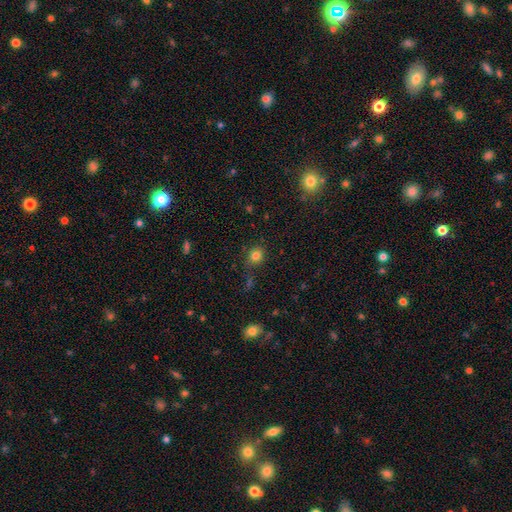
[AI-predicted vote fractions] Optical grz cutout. It shows a smooth galaxy with no disk features (81%) that is round (75%). Merging: none (76%).